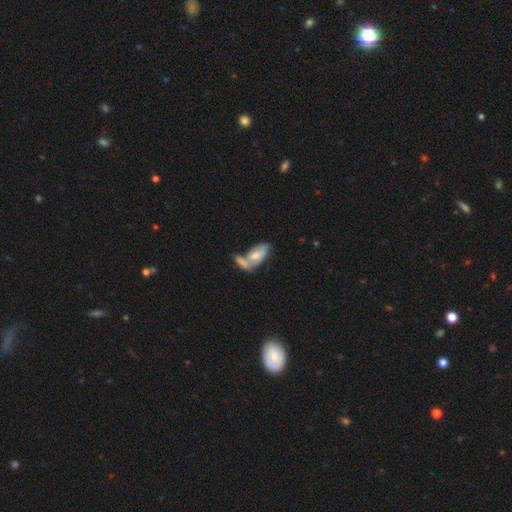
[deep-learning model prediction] A smooth galaxy with no disk features (63%) that is in between round and cigar-shaped (89%). Merging: merger (52%).